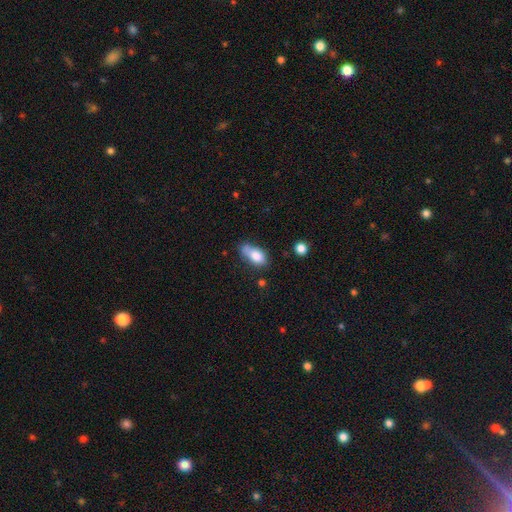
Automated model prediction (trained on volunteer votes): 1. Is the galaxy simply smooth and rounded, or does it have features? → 79% smooth, 13% featured or disk, 8% star or artifact.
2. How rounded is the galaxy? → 86% in between, 8% cigar-shaped, 6% round.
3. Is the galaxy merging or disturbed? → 41% none, 34% minor disturbance, 13% merger, 12% major disturbance.